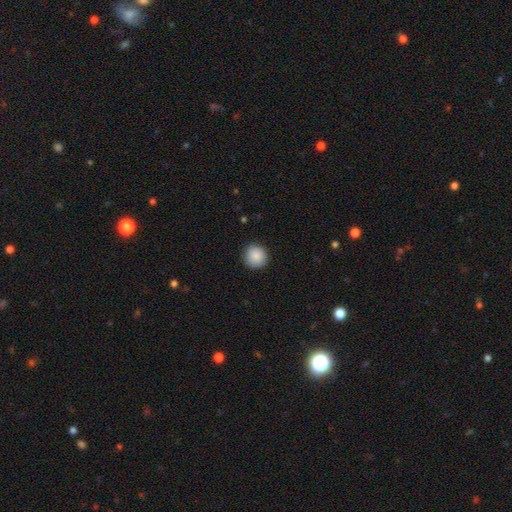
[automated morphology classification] This appears to be a smooth galaxy with no disk features (89%) that is round (94%). Merging: none (91%).